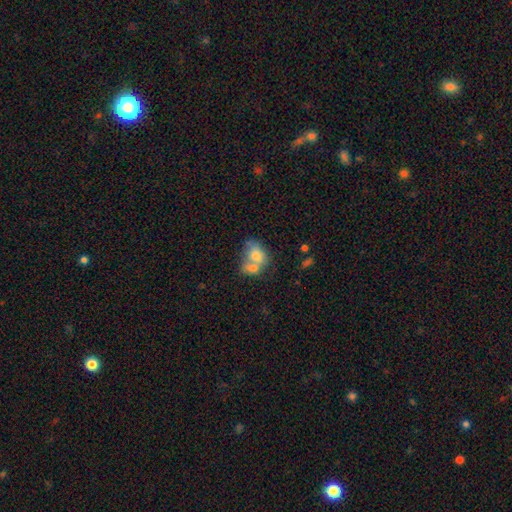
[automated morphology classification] Q: Smooth or featured?
A: smooth (70%); runner-up: featured or disk (21%)
Q: How rounded?
A: in between (64%); runner-up: round (35%)
Q: Merging?
A: merger (64%); runner-up: none (21%)